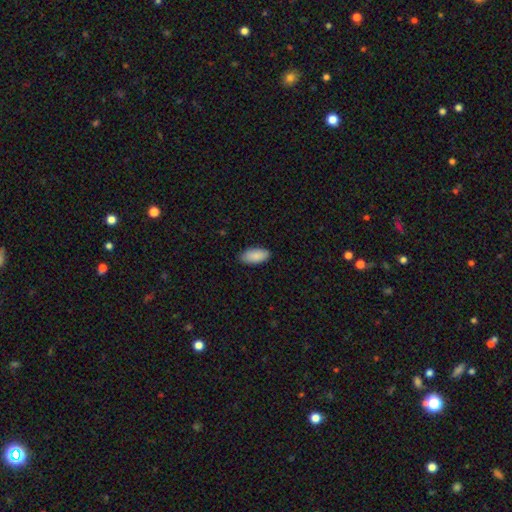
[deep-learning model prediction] Smooth or featured: smooth — 89% (star or artifact — 6%)
How rounded: in between — 92% (cigar-shaped — 7%)
Merging: none — 85% (minor disturbance — 12%)